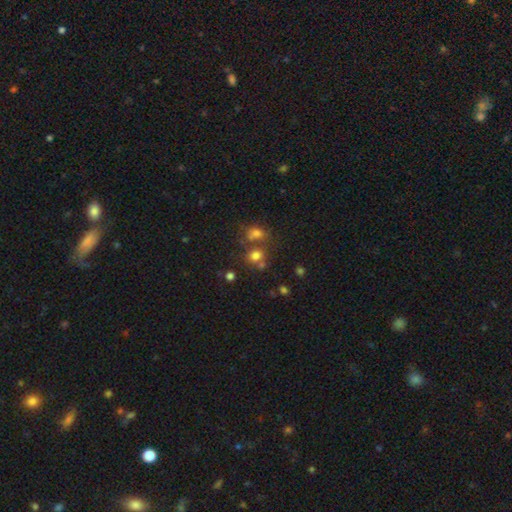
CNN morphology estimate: Smooth or featured? Predicted: smooth (p=0.69). How rounded? Predicted: round (p=0.71). Merging? Predicted: none (p=0.51).